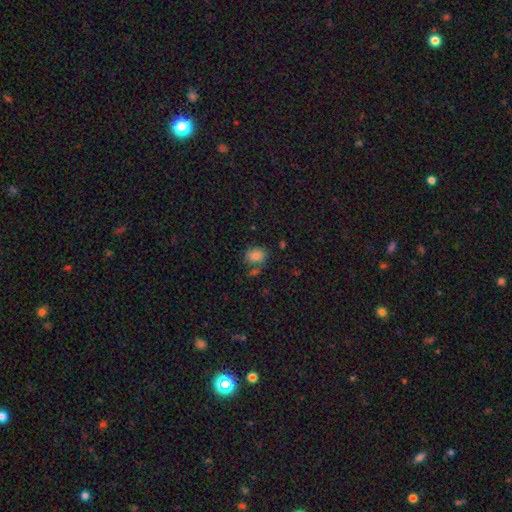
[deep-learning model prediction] The model was most divided on "how rounded": in between: 55%, round: 44%, cigar-shaped: 1%. More confident: smooth or featured — smooth (83%); merging — none (66%).